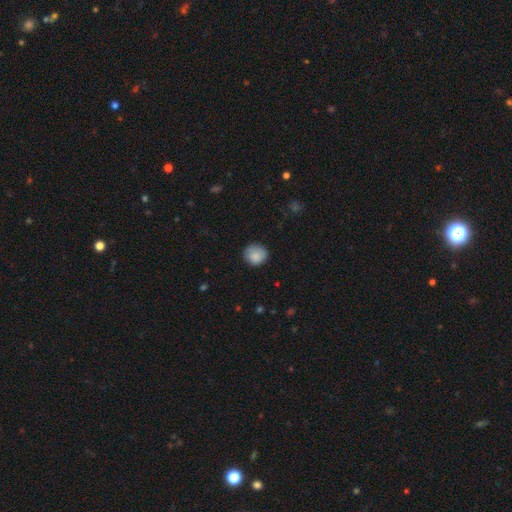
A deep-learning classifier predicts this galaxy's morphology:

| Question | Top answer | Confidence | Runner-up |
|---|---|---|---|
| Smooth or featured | smooth | 87% | star or artifact (8%) |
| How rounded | round | 87% | in between (12%) |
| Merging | none | 80% | minor disturbance (15%) |